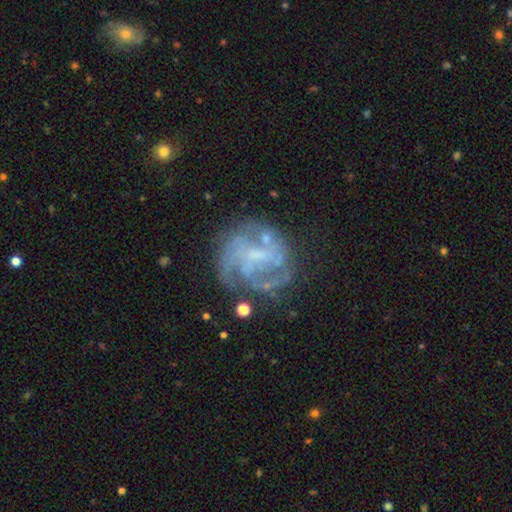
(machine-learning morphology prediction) smooth_or_featured: featured or disk (p=0.76) [alt: smooth p=0.13]
disk_edge_on: no (p=0.98) [alt: yes p=0.02]
bar: no (p=0.47) [alt: weak p=0.42]
has_spiral_arms: yes (p=0.81) [alt: no p=0.19]
spiral_winding: tight (p=0.43) [alt: medium p=0.40]
spiral_arm_count: can't tell (p=0.36) [alt: 3 p=0.23]
bulge_size: none (p=0.41) [alt: small p=0.39]
merging: none (p=0.59) [alt: minor disturbance p=0.18]